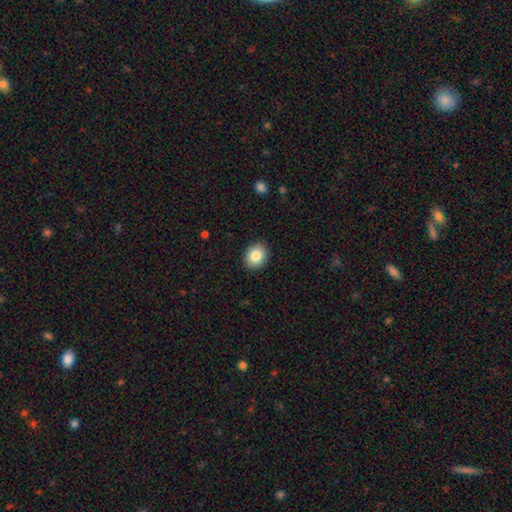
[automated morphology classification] The model was most divided on "how rounded": round: 53%, in between: 46%, cigar-shaped: 1%. More confident: merging — none (90%); smooth or featured — smooth (85%).